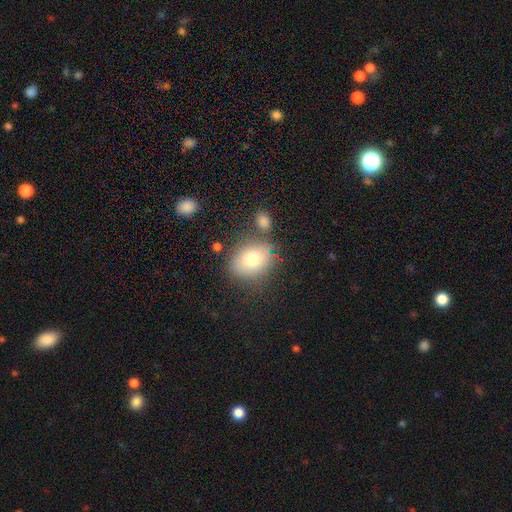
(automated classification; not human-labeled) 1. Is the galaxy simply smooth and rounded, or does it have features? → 78% smooth, 13% featured or disk, 10% star or artifact.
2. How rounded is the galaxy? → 56% in between, 43% round, 1% cigar-shaped.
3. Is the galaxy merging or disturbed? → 71% none, 15% minor disturbance, 9% merger, 5% major disturbance.